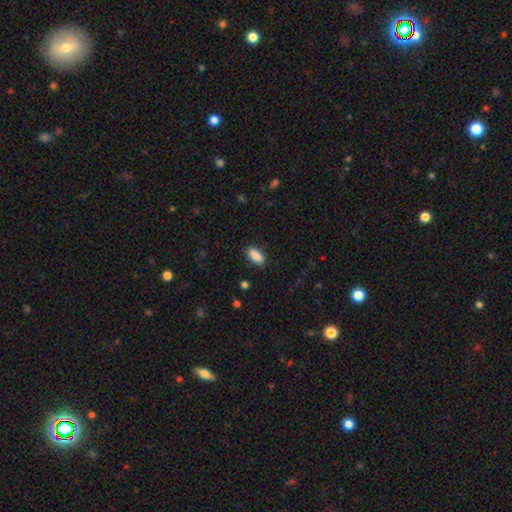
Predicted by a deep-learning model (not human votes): The model was most divided on "how rounded": in between: 84%, cigar-shaped: 14%, round: 2%. More confident: smooth or featured — smooth (89%); merging — none (87%).